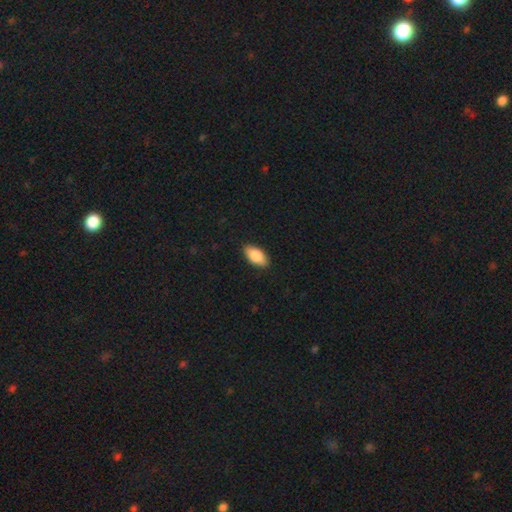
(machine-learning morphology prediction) Smooth or featured? smooth (86%)
How rounded? in between (93%)
Merging? none (89%)